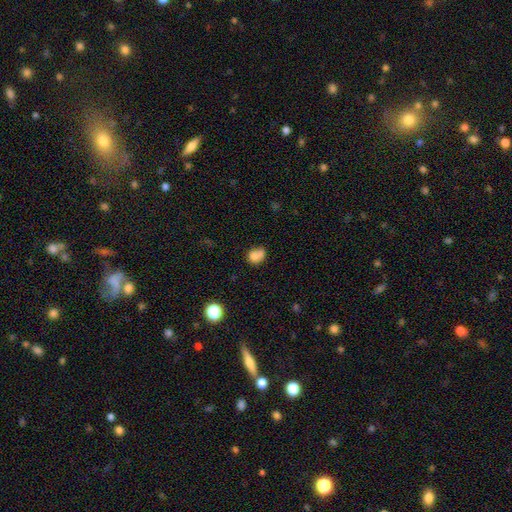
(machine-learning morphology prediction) Overall: smooth (74%). How rounded: round (50%; in between 49%). Merging: merger (39%; none 35%).